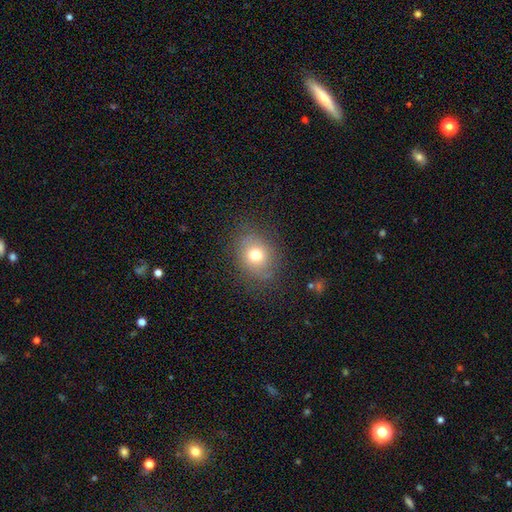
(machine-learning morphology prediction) Smooth or featured? Predicted: smooth (p=0.66). How rounded? Predicted: round (p=0.65). Merging? Predicted: none (p=0.88).